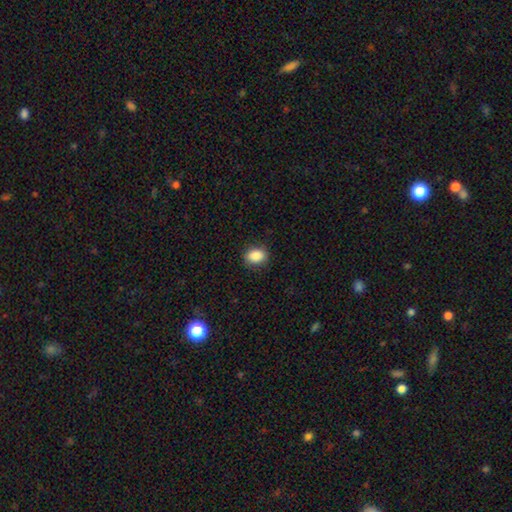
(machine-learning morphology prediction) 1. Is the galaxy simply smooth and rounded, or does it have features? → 88% smooth, 9% star or artifact, 4% featured or disk.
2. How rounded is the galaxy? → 61% in between, 38% round, 1% cigar-shaped.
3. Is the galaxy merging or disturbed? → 87% none, 10% minor disturbance, 3% major disturbance, 1% merger.